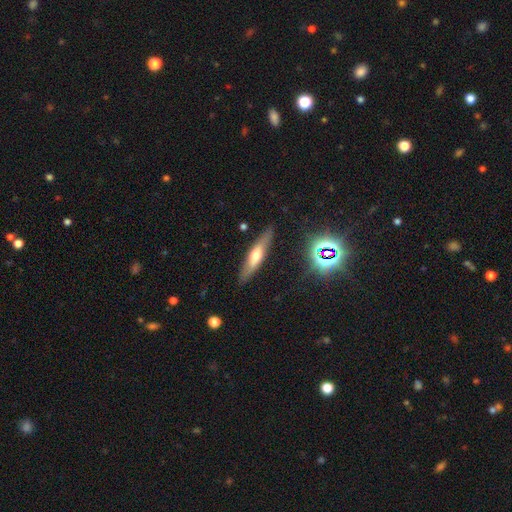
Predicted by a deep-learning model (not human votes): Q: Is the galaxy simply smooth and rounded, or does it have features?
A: featured or disk — 47%.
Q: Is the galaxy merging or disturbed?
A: none — 86%.